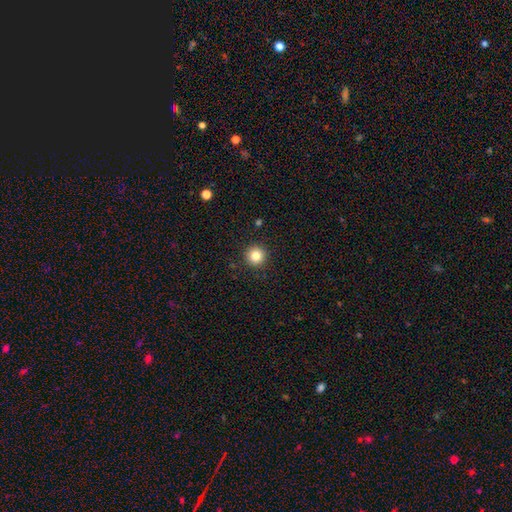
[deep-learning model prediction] Morphology: type=smooth (83%); roundness=round (95%); merging=none (92%).